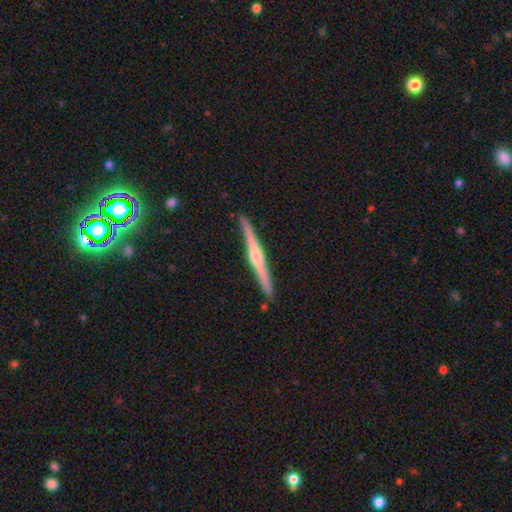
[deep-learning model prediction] Morphology: type=featured or disk (78%); edge-on=yes (98%); edge-on bulge=rounded (82%); merging=none (91%).